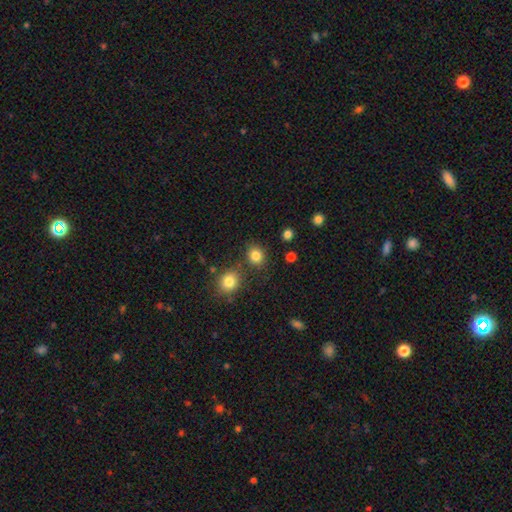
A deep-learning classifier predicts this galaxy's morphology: Smooth or featured: smooth — 83% (star or artifact — 12%)
How rounded: round — 74% (in between — 25%)
Merging: none — 77% (minor disturbance — 10%)